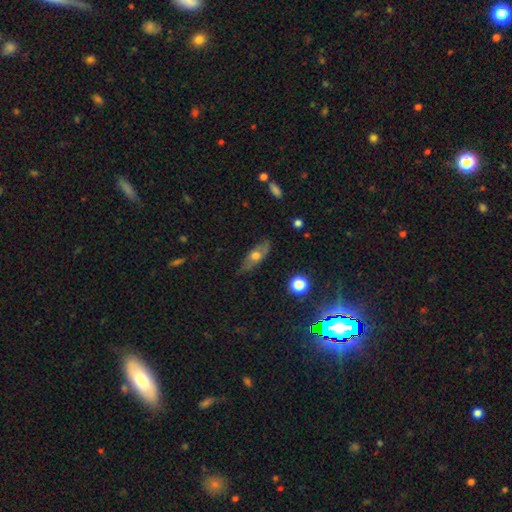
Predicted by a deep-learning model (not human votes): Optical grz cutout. It shows a smooth galaxy with no disk features (53%) that is in between round and cigar-shaped (65%). Merging: none (75%).